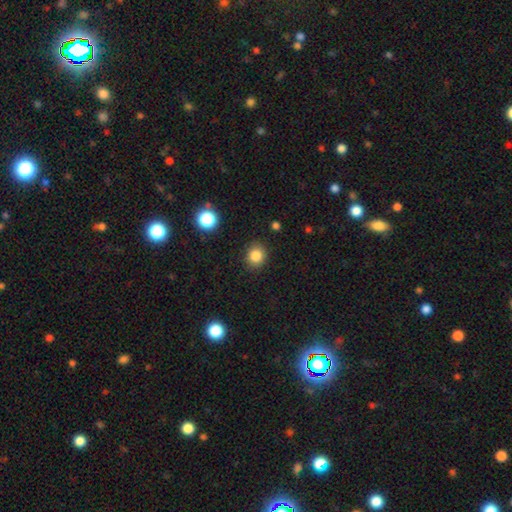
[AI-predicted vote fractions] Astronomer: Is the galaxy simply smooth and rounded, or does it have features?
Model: smooth — 84%.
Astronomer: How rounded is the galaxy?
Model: round — 76%.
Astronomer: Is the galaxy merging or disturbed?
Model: none — 88%.